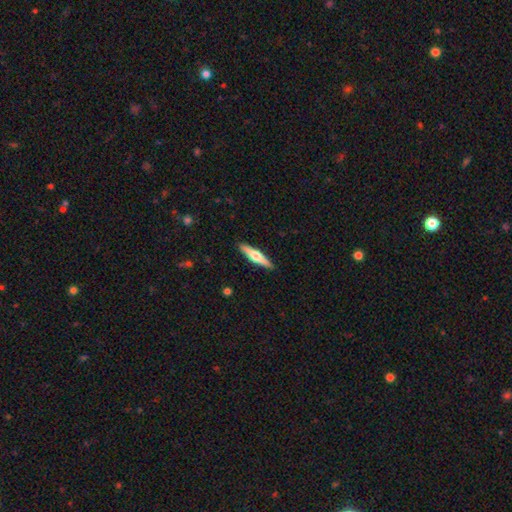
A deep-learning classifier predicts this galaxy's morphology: smooth-or-featured: featured or disk: 56% | smooth: 39% | star or artifact: 5%
  disk-edge-on: yes: 96% | no: 4%
    edge-on-bulge: rounded: 92% | boxy: 4% | none: 3%
  merging: none: 91% | minor disturbance: 6% | major disturbance: 1% | merger: 1%